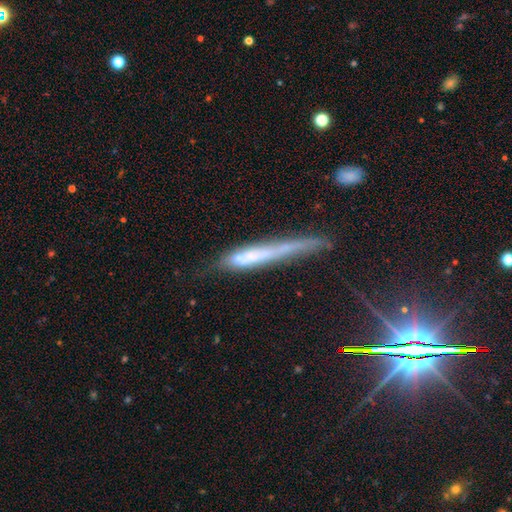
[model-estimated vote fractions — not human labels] Smooth or featured? Predicted: featured or disk (p=0.44, tied with smooth). Merging? Predicted: none (p=0.51).